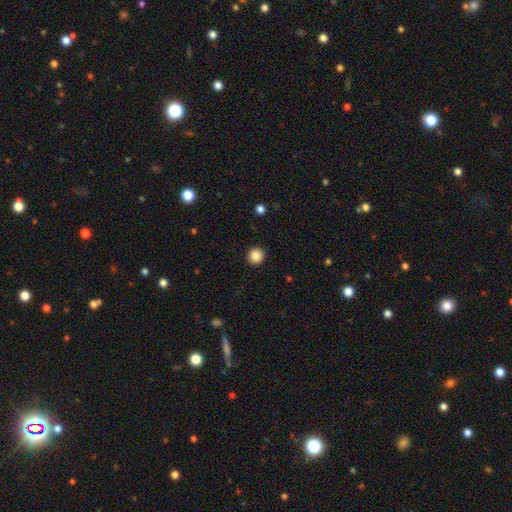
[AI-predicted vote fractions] This appears to be a smooth galaxy with no disk features (86%) that is round (95%). Merging: none (93%).